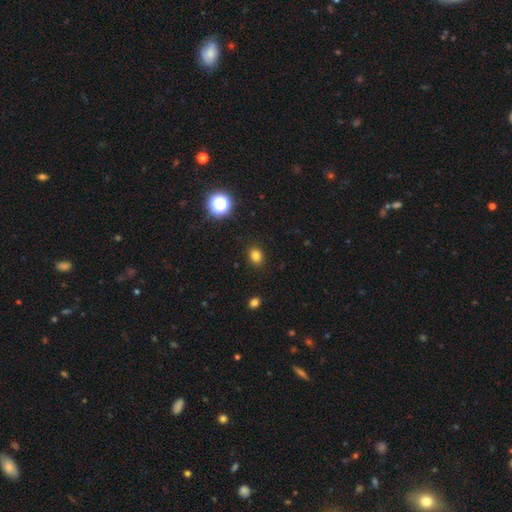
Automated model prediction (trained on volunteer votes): Overall: smooth (80%). How rounded: round (53%; in between 46%). Merging: none (89%).